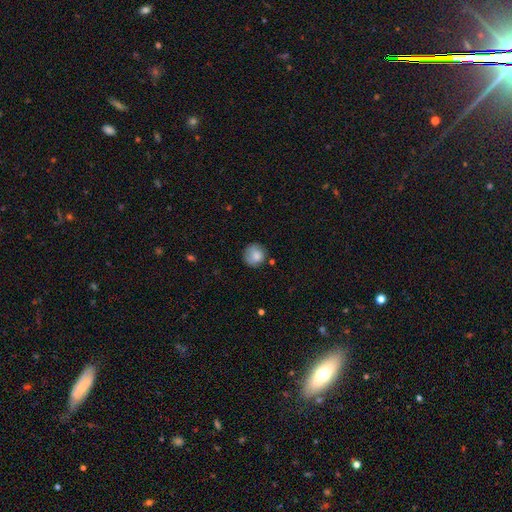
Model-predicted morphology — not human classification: smooth-or-featured: smooth: 81% | featured or disk: 12% | star or artifact: 8%
  how-rounded: round: 90% | in between: 10% | cigar-shaped: 1%
  merging: none: 74% | minor disturbance: 19% | major disturbance: 5% | merger: 2%